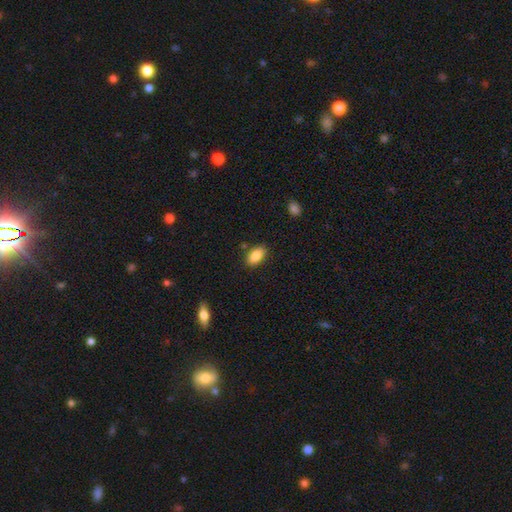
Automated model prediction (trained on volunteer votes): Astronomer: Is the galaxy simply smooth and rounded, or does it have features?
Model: smooth — 86%.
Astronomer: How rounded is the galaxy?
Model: in between — 91%.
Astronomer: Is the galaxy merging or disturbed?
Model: none — 82%.